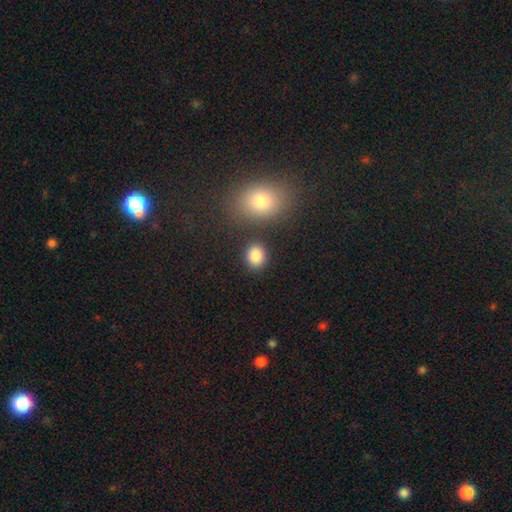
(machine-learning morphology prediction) The model was most divided on "how rounded": round: 63%, in between: 36%, cigar-shaped: 1%. More confident: smooth or featured — smooth (86%); merging — none (80%).